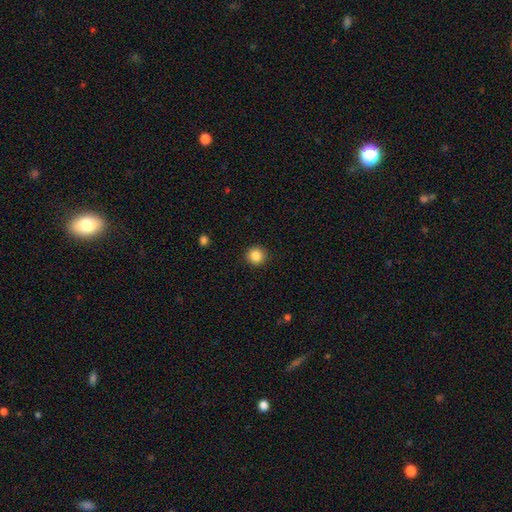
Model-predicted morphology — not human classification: Smooth or featured? Predicted: smooth (p=0.87). How rounded? Predicted: round (p=0.94). Merging? Predicted: none (p=0.92).